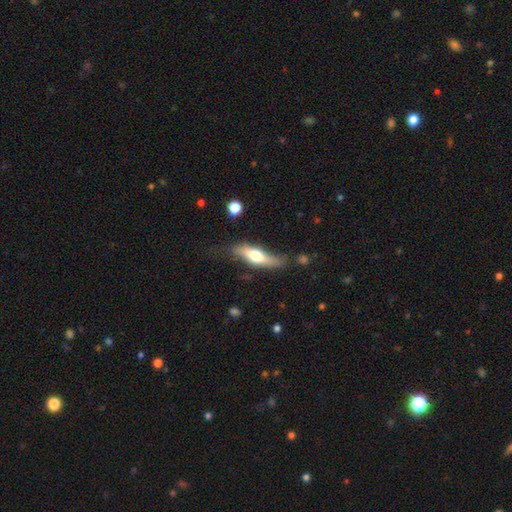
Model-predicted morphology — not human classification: A featured or disk galaxy (49%).

Vote fractions:
- Smooth or featured? featured or disk: 49% / smooth: 45% / star or artifact: 6%
- Merging? none: 59% / minor disturbance: 27% / major disturbance: 11% / merger: 4%